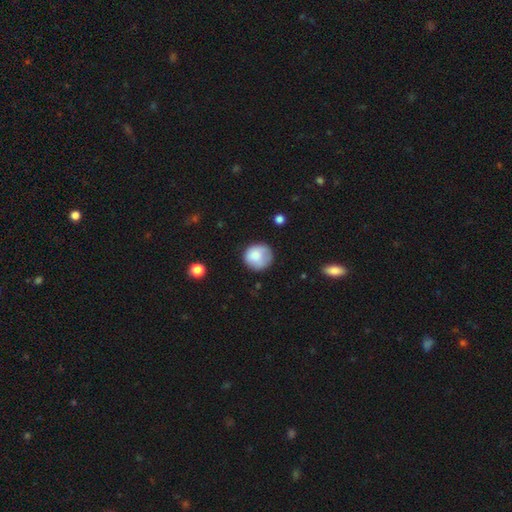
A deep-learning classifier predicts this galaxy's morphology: type=smooth (81%); roundness=round (90%); merging=none (70%).